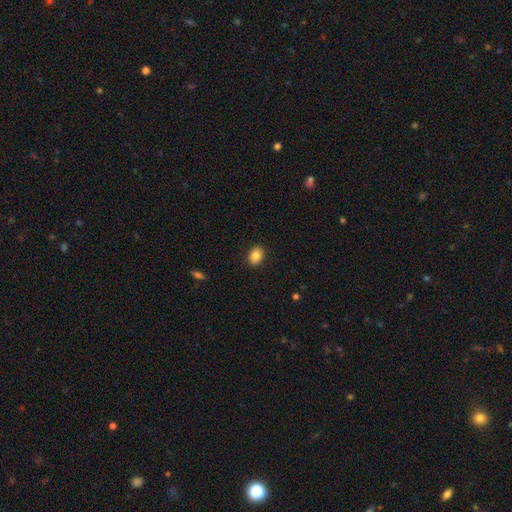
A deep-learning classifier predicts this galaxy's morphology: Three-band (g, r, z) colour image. It shows a smooth galaxy with no disk features (85%) that is in between round and cigar-shaped (71%). Merging: none (90%).